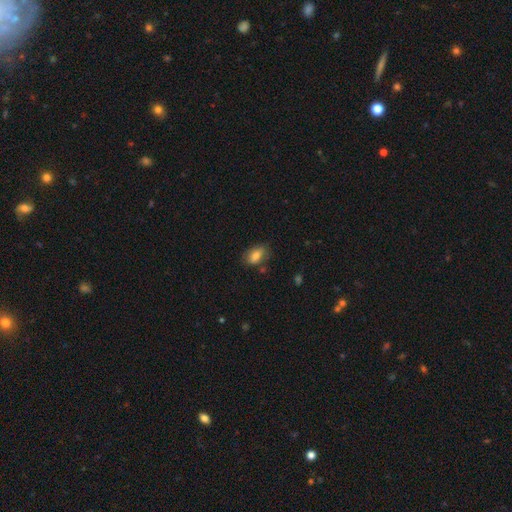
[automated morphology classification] smooth_or_featured: smooth (p=0.79) [alt: featured or disk p=0.13]
how_rounded: in between (p=0.88) [alt: round p=0.08]
merging: none (p=0.73) [alt: minor disturbance p=0.19]